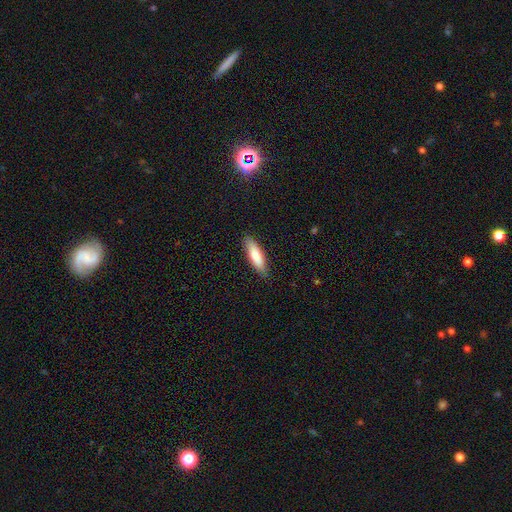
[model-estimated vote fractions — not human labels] Smooth or featured: smooth — 79% (featured or disk — 15%)
How rounded: cigar-shaped — 59% (in between — 40%)
Merging: none — 86% (minor disturbance — 11%)